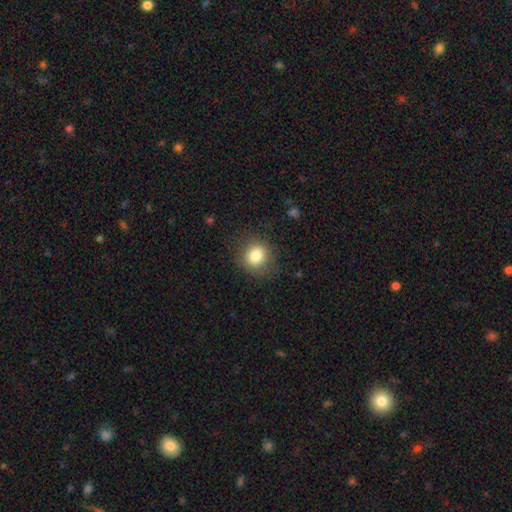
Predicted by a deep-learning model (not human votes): smooth_or_featured: smooth (p=0.83) [alt: star or artifact p=0.10]
how_rounded: round (p=0.84) [alt: in between p=0.15]
merging: none (p=0.84) [alt: minor disturbance p=0.11]